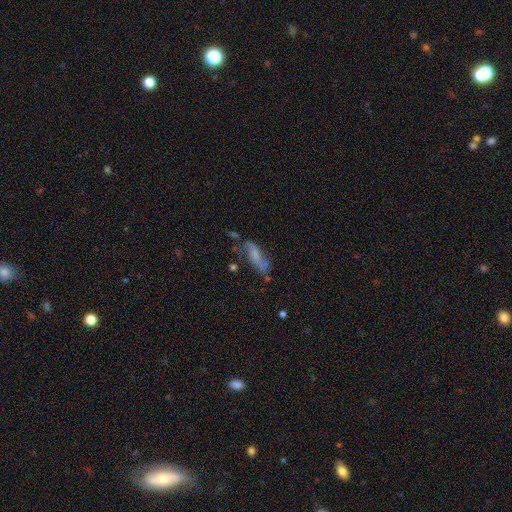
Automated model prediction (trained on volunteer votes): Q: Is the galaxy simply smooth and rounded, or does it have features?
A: featured or disk — 50%.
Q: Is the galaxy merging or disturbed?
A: none — 48%.